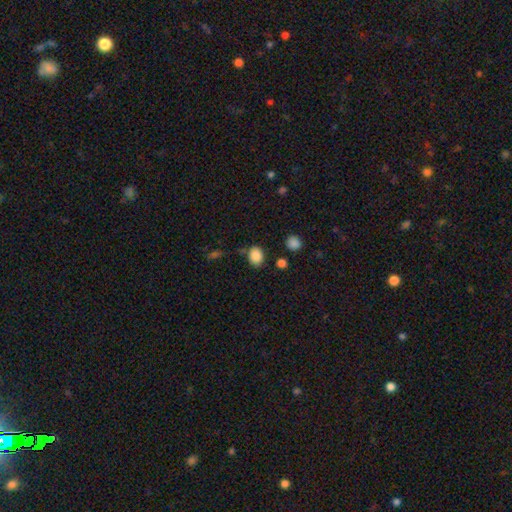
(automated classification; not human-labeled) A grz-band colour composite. It shows a smooth galaxy with no disk features (86%) that is in between round and cigar-shaped (61%). Merging: none (75%).